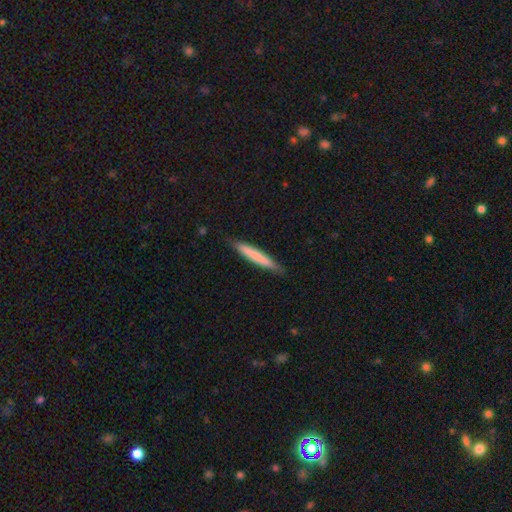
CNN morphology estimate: smooth-or-featured: smooth: 73% | featured or disk: 22% | star or artifact: 5%
  how-rounded: cigar-shaped: 95% | in between: 4% | round: 1%
  merging: none: 87% | minor disturbance: 10% | major disturbance: 2% | merger: 1%